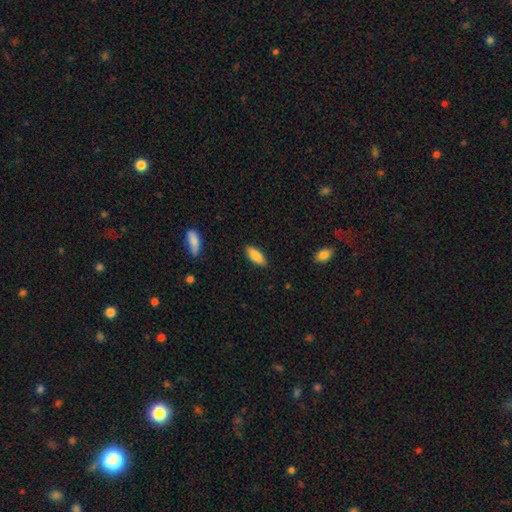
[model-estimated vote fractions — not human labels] A smooth galaxy with no disk features (85%) that is in between round and cigar-shaped (78%).

Vote fractions:
- Smooth or featured? smooth: 85% / featured or disk: 9% / star or artifact: 6%
- How rounded? in between: 78% / cigar-shaped: 21% / round: 2%
- Merging? none: 88% / minor disturbance: 9% / major disturbance: 2% / merger: 1%